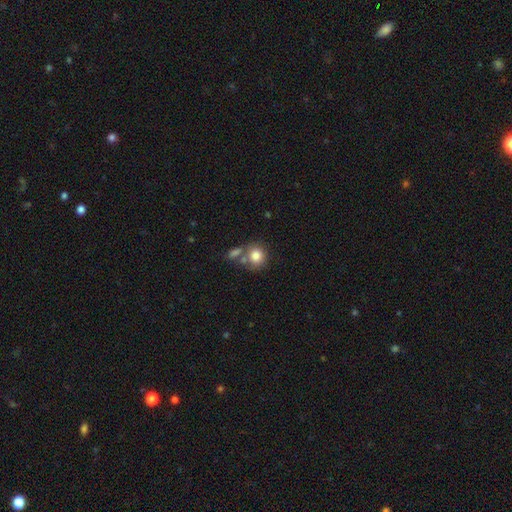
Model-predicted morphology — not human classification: Q: Smooth or featured?
A: smooth (81%); runner-up: featured or disk (10%)
Q: How rounded?
A: round (81%); runner-up: in between (18%)
Q: Merging?
A: none (51%); runner-up: merger (32%)